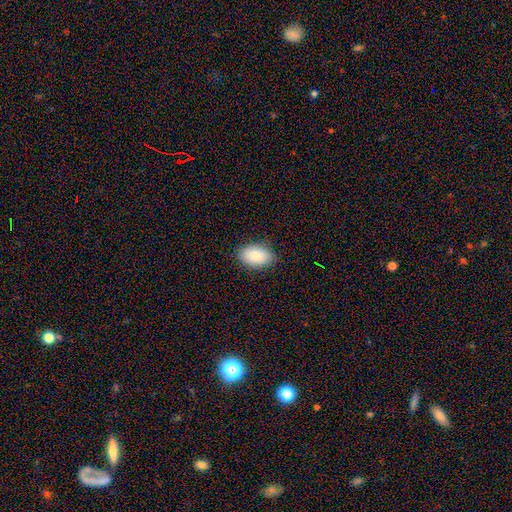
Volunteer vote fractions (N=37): This appears to be a smooth galaxy with no disk features (81%) that is in between round and cigar-shaped (87%). Merging: none (82%).